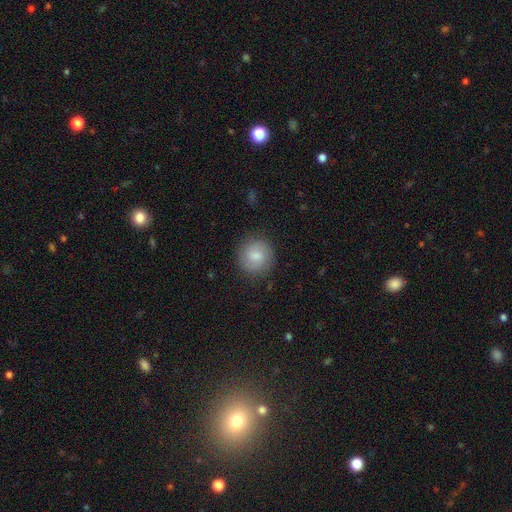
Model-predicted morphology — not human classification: Overall: smooth (74%). How rounded: round (91%). Merging: none (85%).